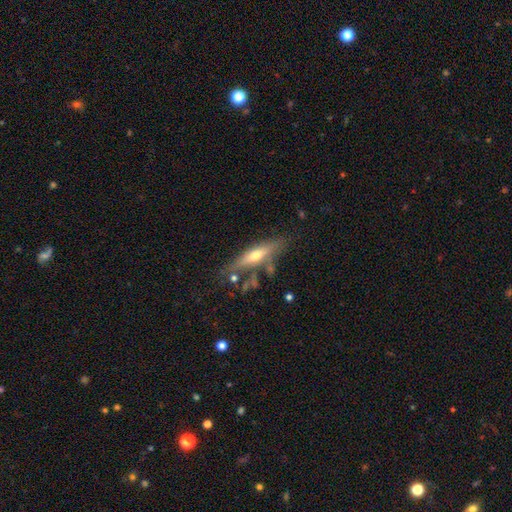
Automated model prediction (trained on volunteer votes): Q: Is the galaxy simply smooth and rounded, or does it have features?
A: featured or disk — 56%.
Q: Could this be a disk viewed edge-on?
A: yes — 86%.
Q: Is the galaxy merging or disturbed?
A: none — 65%.